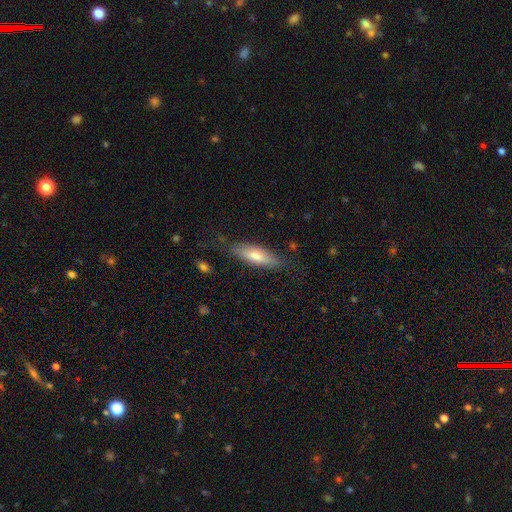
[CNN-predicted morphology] Smooth or featured: smooth — 59% (featured or disk — 34%)
How rounded: cigar-shaped — 58% (in between — 40%)
Merging: none — 77% (minor disturbance — 17%)